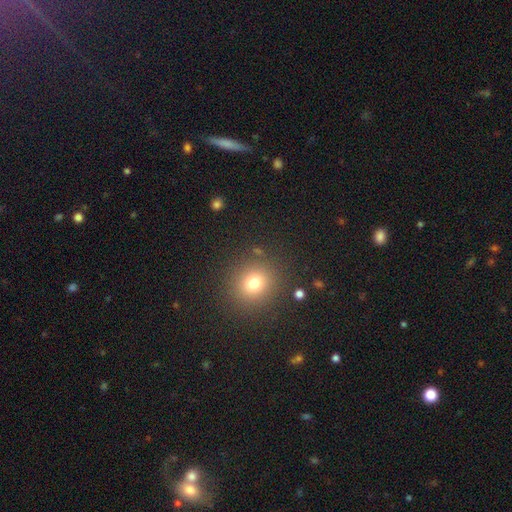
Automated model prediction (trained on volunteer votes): This is likely a smooth galaxy (60%). How rounded: clearly round (92%). Merging: clearly none (91%).